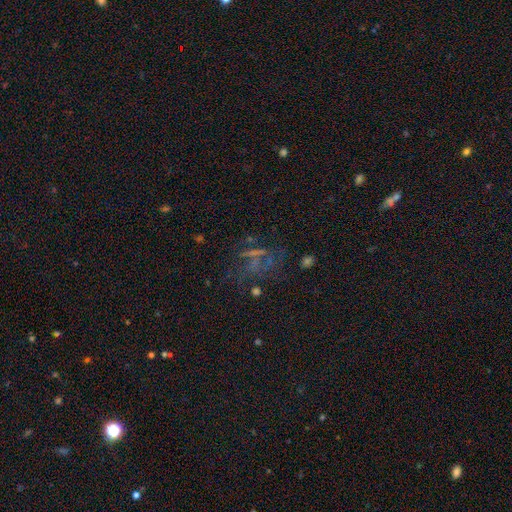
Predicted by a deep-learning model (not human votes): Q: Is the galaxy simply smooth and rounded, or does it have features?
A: star or artifact — 44%.